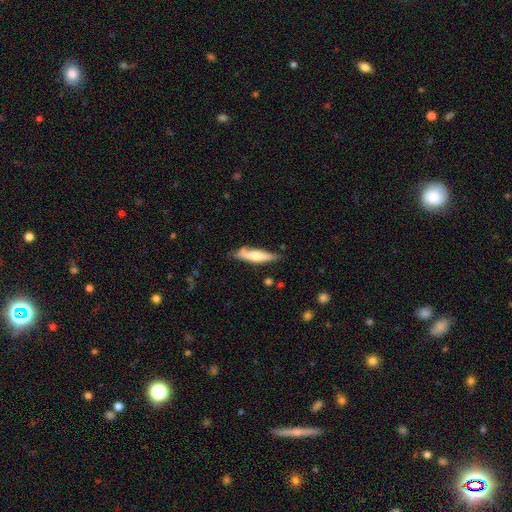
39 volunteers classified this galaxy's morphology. Smooth or featured?
  - smooth: 56% *
  - featured or disk: 36%
  - star or artifact: 8%
How rounded?
  - cigar-shaped: 73% *
  - in between: 18%
  - round: 9%
Merging?
  - none: 64% *
  - minor disturbance: 25%
  - merger: 8%
  - major disturbance: 3%